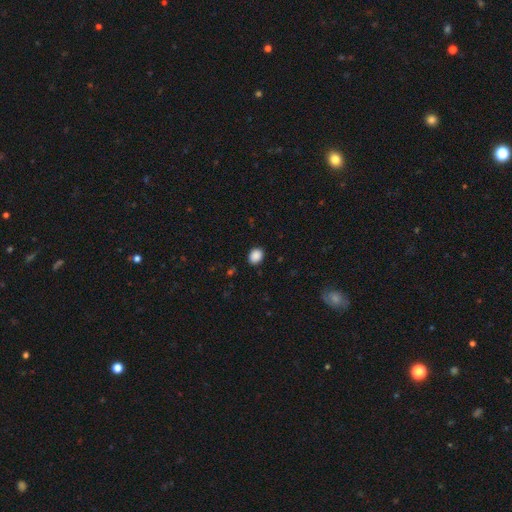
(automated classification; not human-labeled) The model was most divided on "how rounded": in between: 54%, round: 45%, cigar-shaped: 1%. More confident: smooth or featured — smooth (89%); merging — none (88%).